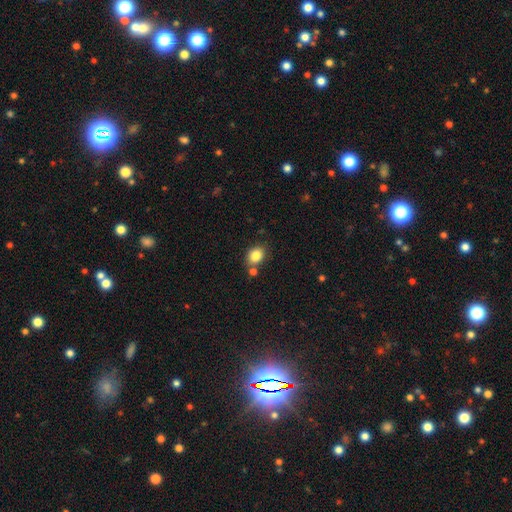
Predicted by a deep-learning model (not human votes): This is clearly a smooth galaxy (84%). How rounded: possibly in between (54%). Merging: likely none (69%).